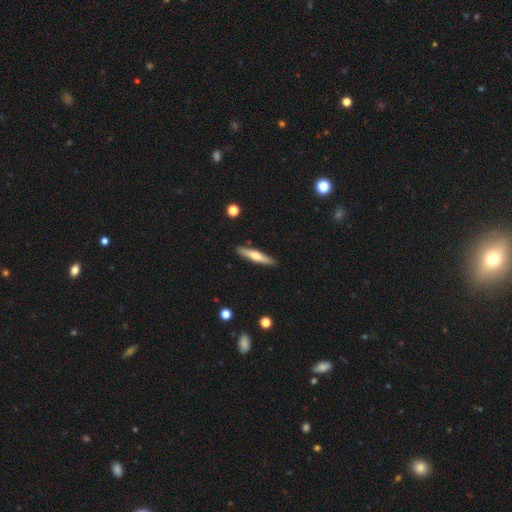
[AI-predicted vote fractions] A featured or disk galaxy (49%). Merging: none (90%).